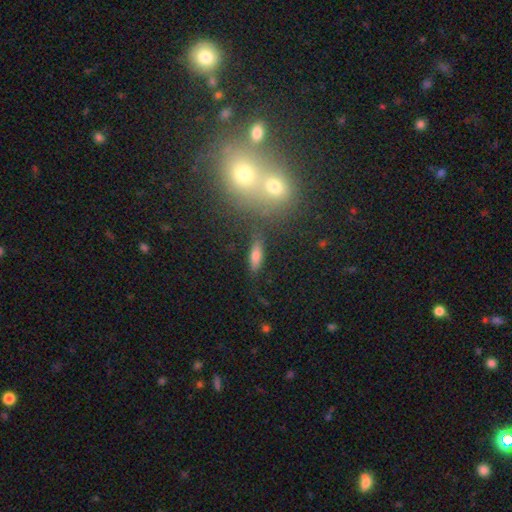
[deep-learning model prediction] Q: Smooth or featured?
A: smooth (61%); runner-up: featured or disk (26%)
Q: How rounded?
A: in between (50%); runner-up: cigar-shaped (41%)
Q: Merging?
A: none (75%); runner-up: minor disturbance (11%)